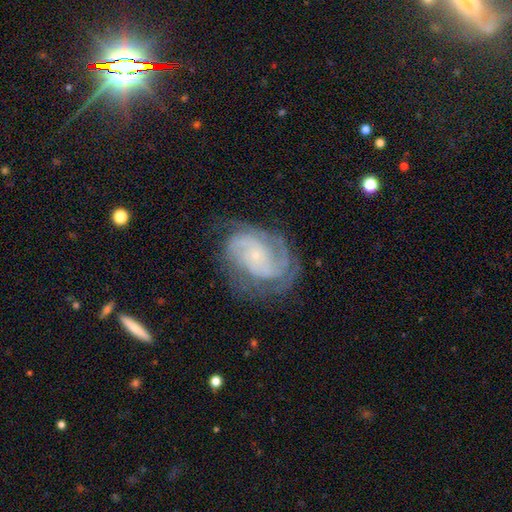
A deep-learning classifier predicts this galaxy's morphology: smooth-or-featured: featured or disk: 86% | smooth: 8% | star or artifact: 6%
  disk-edge-on: no: 98% | yes: 2%
    bar: no: 70% | weak: 24% | strong: 6%
    has-spiral-arms: yes: 96% | no: 4%
      spiral-winding: tight: 56% | medium: 35% | loose: 9%
      spiral-arm-count: 2: 36% | 3: 23% | can't tell: 21% | 4: 8% | 1: 6% | more than 4: 5%
    bulge-size: small: 83% | moderate: 11% | none: 4% | large: 1% | dominant: 1%
  merging: none: 68% | minor disturbance: 19% | major disturbance: 12% | merger: 1%